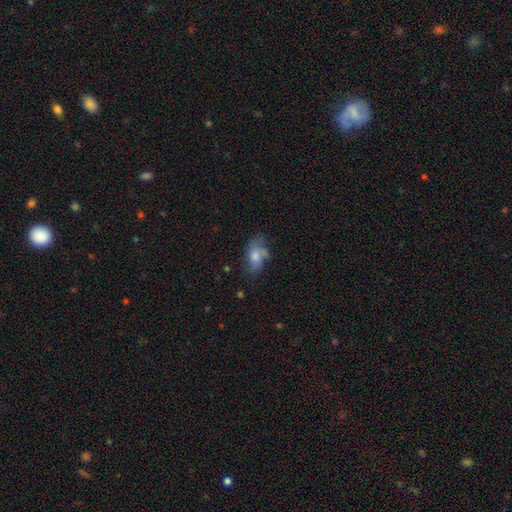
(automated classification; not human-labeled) The model was most divided on "merging": none: 43%, minor disturbance: 29%, major disturbance: 21%, merger: 7%. More confident: how rounded — in between (87%); smooth or featured — smooth (59%).